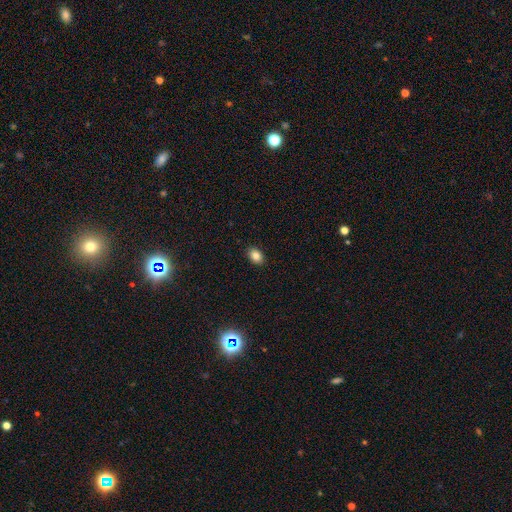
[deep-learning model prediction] smooth_or_featured: smooth (p=0.85) [alt: star or artifact p=0.09]
how_rounded: in between (p=0.81) [alt: round p=0.17]
merging: none (p=0.90) [alt: minor disturbance p=0.08]